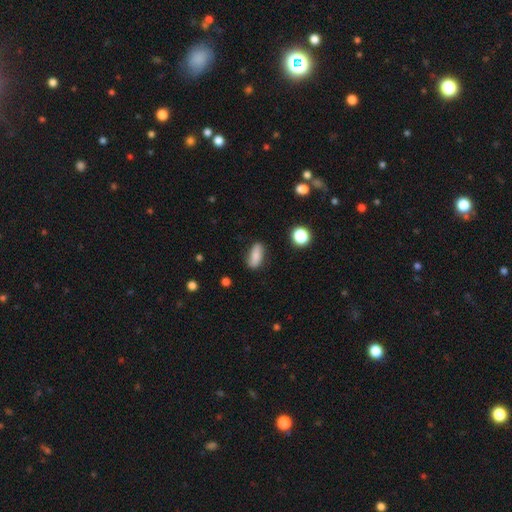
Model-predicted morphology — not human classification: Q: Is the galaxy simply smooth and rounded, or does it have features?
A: smooth — 75%.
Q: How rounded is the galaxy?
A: in between — 80%.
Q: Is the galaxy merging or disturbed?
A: none — 80%.